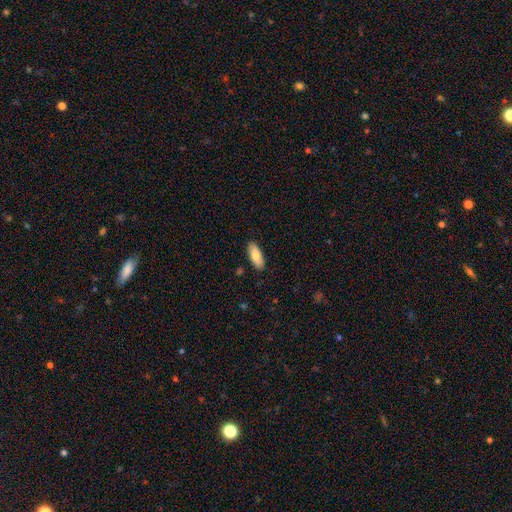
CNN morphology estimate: Smooth or featured? Predicted: smooth (p=0.81). How rounded? Predicted: in between (p=0.79). Merging? Predicted: none (p=0.88).